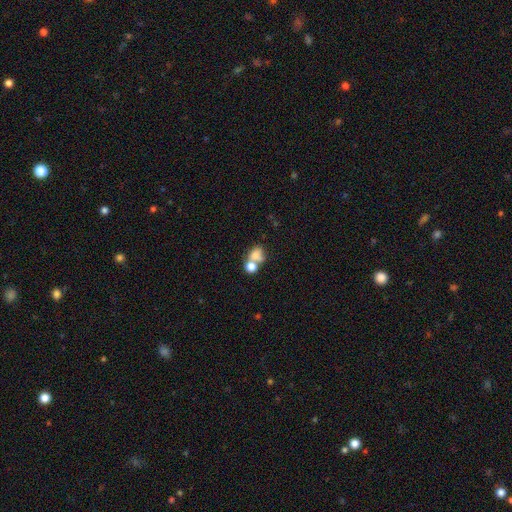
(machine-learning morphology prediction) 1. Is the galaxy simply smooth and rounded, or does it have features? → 70% smooth, 18% featured or disk, 12% star or artifact.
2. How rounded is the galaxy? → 54% in between, 45% round, 2% cigar-shaped.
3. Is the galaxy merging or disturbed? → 58% merger, 25% none, 9% minor disturbance, 7% major disturbance.